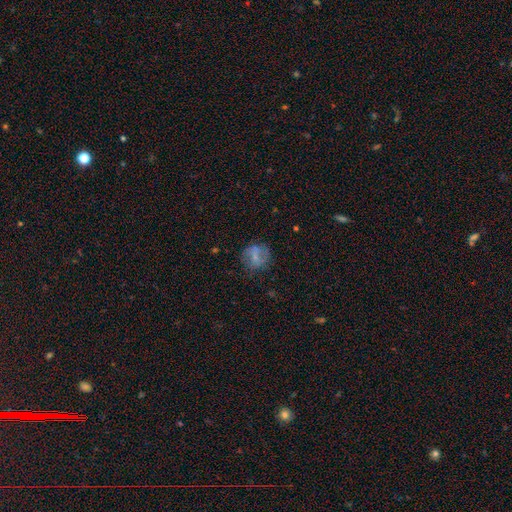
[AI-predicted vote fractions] Q: Smooth or featured?
A: smooth (59%); runner-up: featured or disk (31%)
Q: How rounded?
A: round (78%); runner-up: in between (21%)
Q: Merging?
A: none (67%); runner-up: minor disturbance (20%)